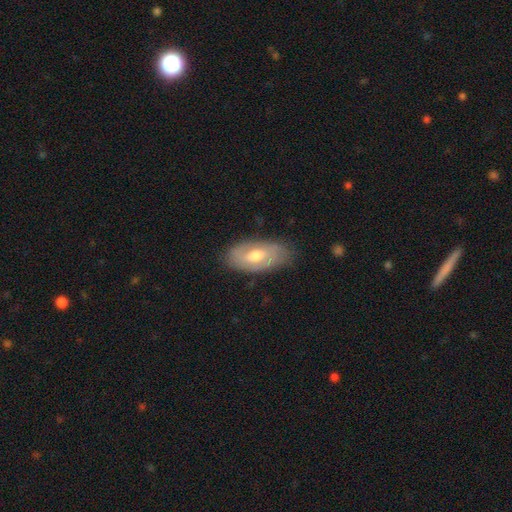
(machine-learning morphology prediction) featured or disk 58%, smooth 35%, star or artifact 6%. Down the decision tree: edge-on disk — no (88%); bar — no (47%); spiral arms — yes (64%); bulge size — moderate (73%); merging — none (76%).